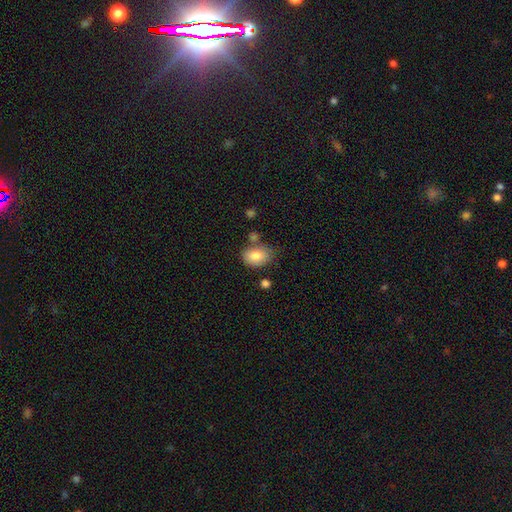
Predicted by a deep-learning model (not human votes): Smooth or featured? smooth (85%)
How rounded? in between (80%)
Merging? none (60%)